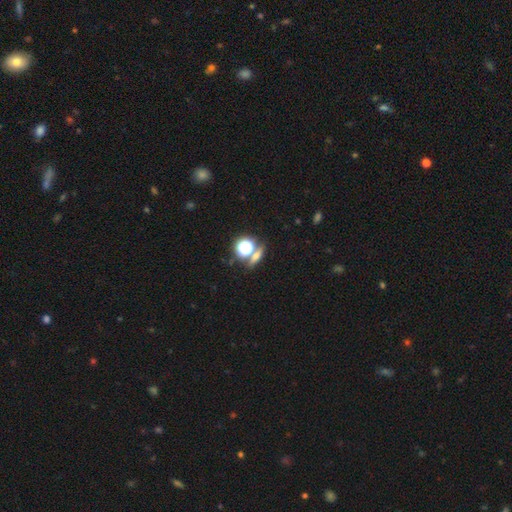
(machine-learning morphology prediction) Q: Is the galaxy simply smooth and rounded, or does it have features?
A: smooth — 52%.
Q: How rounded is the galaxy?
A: round — 49%.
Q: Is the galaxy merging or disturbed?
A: none — 68%.